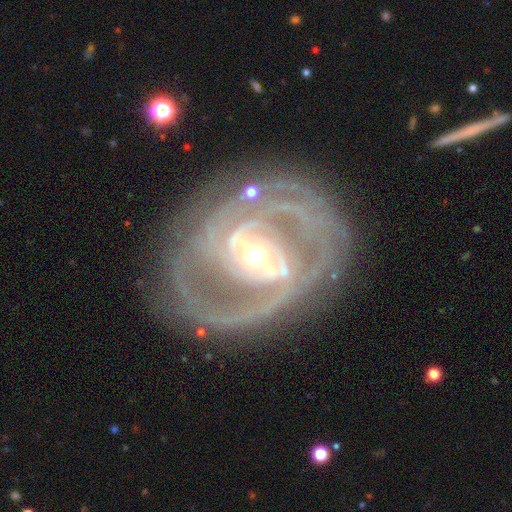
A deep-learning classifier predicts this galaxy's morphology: Overall: featured or disk (92%). Edge-on disk: no (97%). Bar: strong (41%; weak 36%). Spiral arms: yes (98%). Spiral arm count: 2 (52%; 3 18%). Spiral winding: tight (47%; medium 43%). Bulge size: moderate (54%; small 39%). Merging: none (70%).